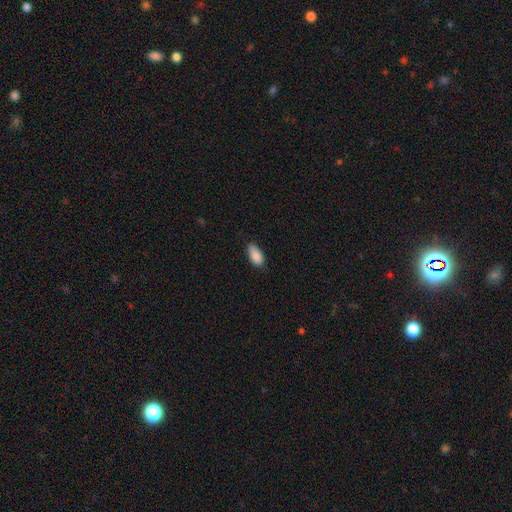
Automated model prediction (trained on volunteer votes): Overall: smooth (89%). How rounded: in between (91%). Merging: none (79%).